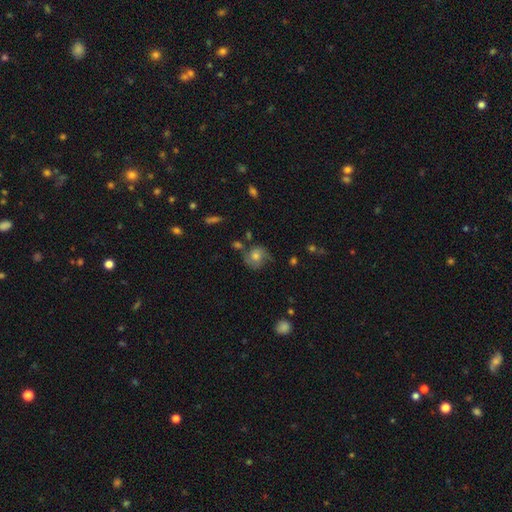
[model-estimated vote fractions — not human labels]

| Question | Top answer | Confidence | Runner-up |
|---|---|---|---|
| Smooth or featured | featured or disk | 49% | smooth (40%) |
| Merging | none | 60% | minor disturbance (23%) |